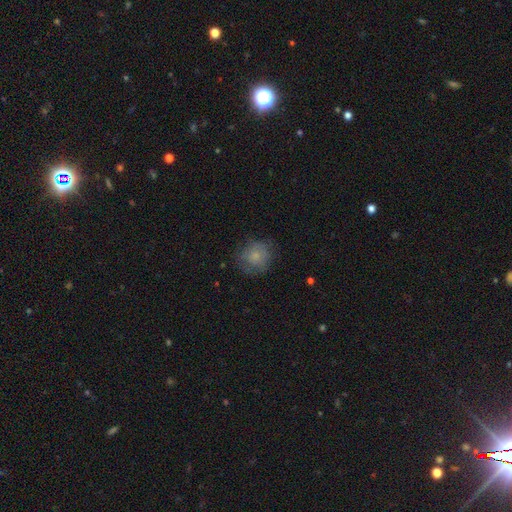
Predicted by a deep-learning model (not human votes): Smooth or featured: smooth — 73% (featured or disk — 18%)
How rounded: round — 86% (in between — 13%)
Merging: none — 68% (minor disturbance — 21%)